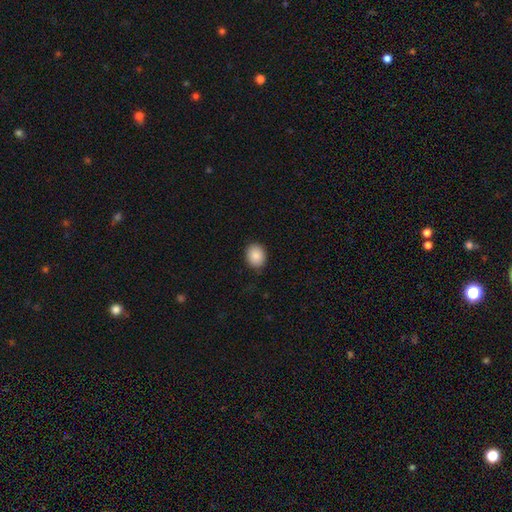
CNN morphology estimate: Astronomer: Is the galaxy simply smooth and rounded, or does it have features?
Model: smooth — 88%.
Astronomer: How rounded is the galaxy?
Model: round — 53% (runner-up: in between, 47%).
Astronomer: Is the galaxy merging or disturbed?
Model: none — 86%.